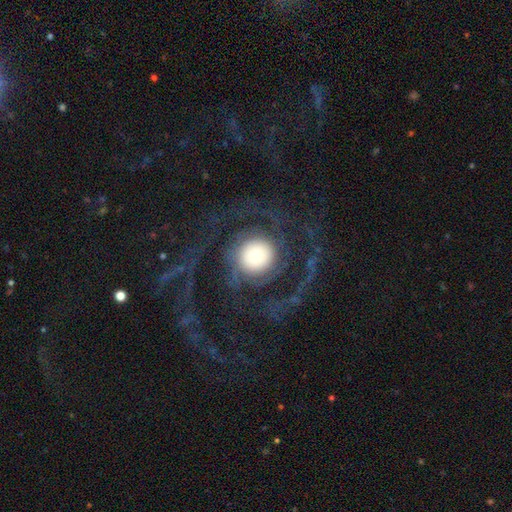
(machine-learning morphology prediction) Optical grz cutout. It shows a featured or disk galaxy (64%) with no bar (86%), spiral arms (77%) and a moderate central bulge (37%). Merging: none (57%).